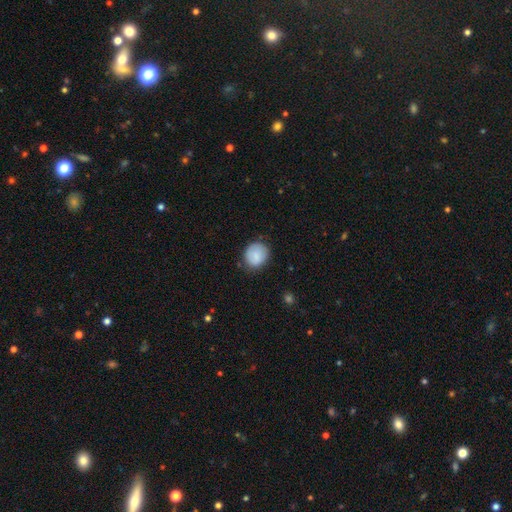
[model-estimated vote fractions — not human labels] Smooth or featured? smooth (83%)
How rounded? round (76%)
Merging? none (75%)